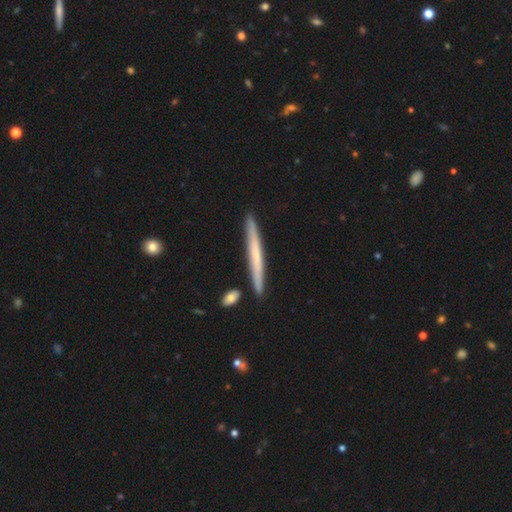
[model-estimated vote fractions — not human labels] The model was most divided on "smooth or featured": featured or disk: 48%, smooth: 46%, star or artifact: 6%. More confident: merging — none (88%).